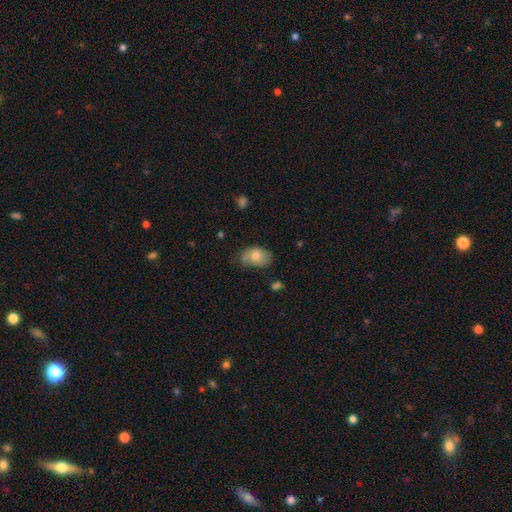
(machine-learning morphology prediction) Smooth or featured?
  - smooth: 75% *
  - featured or disk: 17%
  - star or artifact: 8%
How rounded?
  - in between: 84% *
  - round: 15%
  - cigar-shaped: 1%
Merging?
  - none: 55% *
  - minor disturbance: 34%
  - major disturbance: 8%
  - merger: 4%